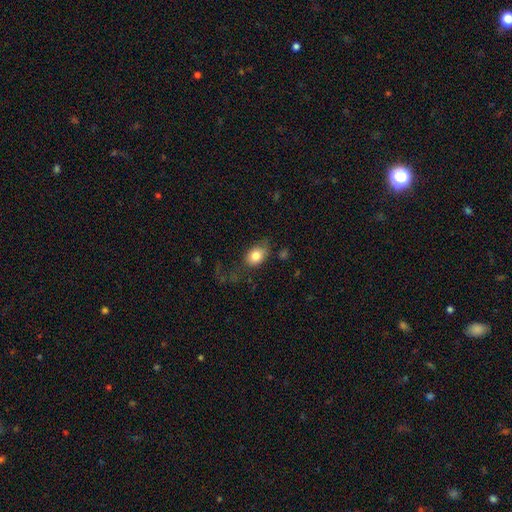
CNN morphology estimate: Smooth or featured? Predicted: smooth (p=0.80). How rounded? Predicted: in between (p=0.72). Merging? Predicted: none (p=0.54).